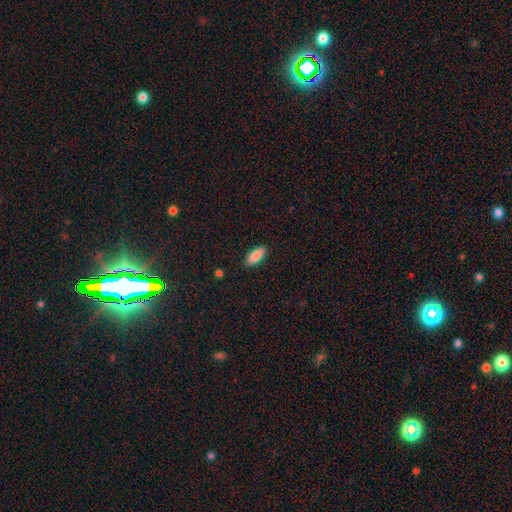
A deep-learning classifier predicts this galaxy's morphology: smooth-or-featured: smooth: 86% | featured or disk: 7% | star or artifact: 7%
  how-rounded: in between: 84% | cigar-shaped: 14% | round: 2%
  merging: none: 88% | minor disturbance: 9% | major disturbance: 2% | merger: 1%